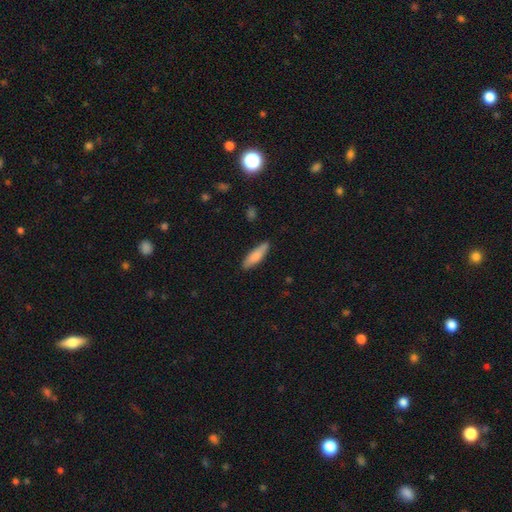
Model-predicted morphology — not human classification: A smooth galaxy with no disk features (79%) that is cigar-shaped (60%). Merging: none (85%).